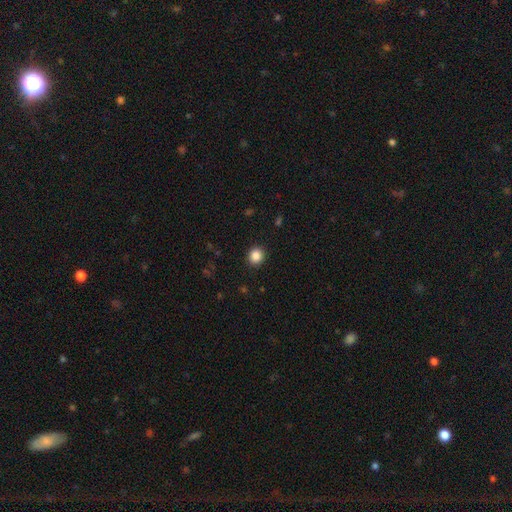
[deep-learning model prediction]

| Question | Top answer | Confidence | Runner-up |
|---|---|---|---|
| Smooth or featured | smooth | 87% | star or artifact (10%) |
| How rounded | round | 85% | in between (14%) |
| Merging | none | 91% | minor disturbance (6%) |